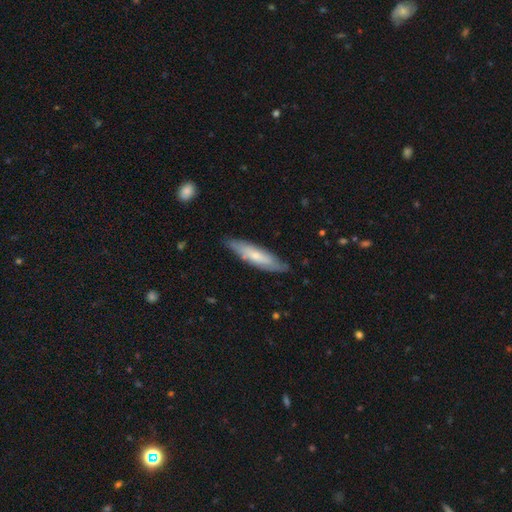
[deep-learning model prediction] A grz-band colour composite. It shows a smooth galaxy with no disk features (52%) that is cigar-shaped (72%). Merging: none (79%).